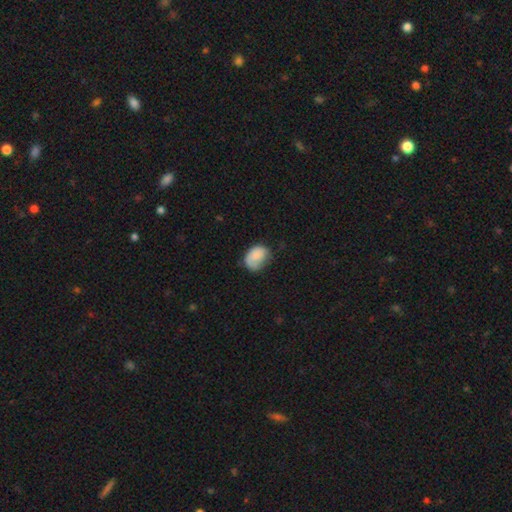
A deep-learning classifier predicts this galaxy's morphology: This appears to be a smooth galaxy with no disk features (78%) that is in between round and cigar-shaped (71%). Merging: none (49%).